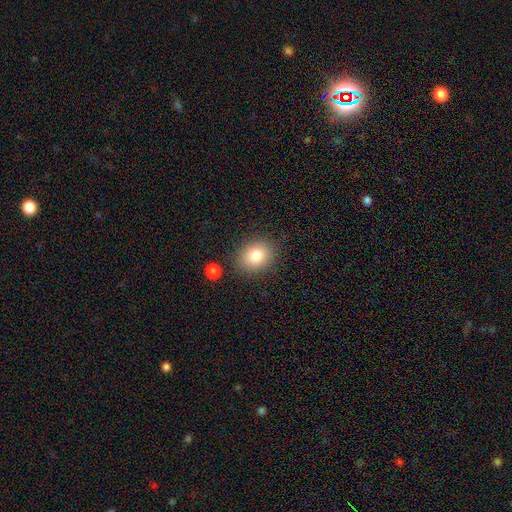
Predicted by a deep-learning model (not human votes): Q: Smooth or featured?
A: smooth (82%); runner-up: star or artifact (10%)
Q: How rounded?
A: round (60%); runner-up: in between (40%)
Q: Merging?
A: none (85%); runner-up: minor disturbance (9%)